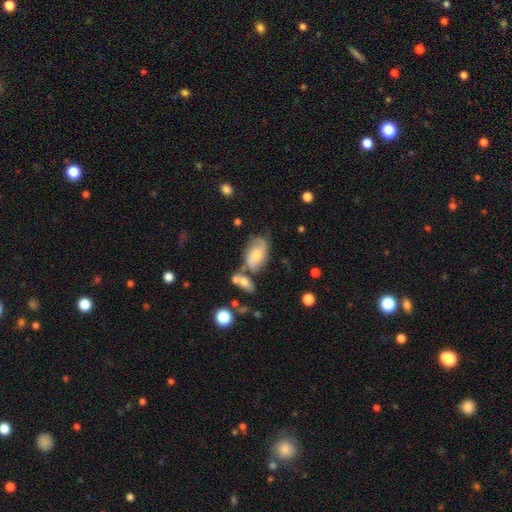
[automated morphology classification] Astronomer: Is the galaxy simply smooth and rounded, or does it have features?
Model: featured or disk — 55% (runner-up: smooth, 36%).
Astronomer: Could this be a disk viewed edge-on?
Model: no — 93%.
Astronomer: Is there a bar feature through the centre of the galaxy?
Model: no — 68%.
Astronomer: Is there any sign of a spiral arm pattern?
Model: yes — 82%.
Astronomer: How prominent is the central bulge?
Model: moderate — 60%.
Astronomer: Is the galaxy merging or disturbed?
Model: none — 50%.